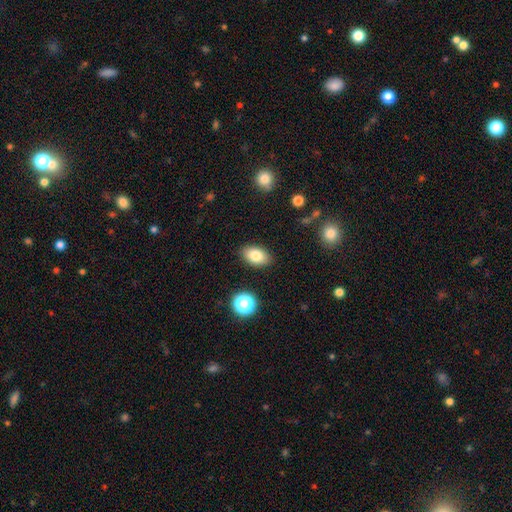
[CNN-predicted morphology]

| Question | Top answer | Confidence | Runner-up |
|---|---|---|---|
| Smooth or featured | smooth | 82% | featured or disk (9%) |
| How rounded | in between | 89% | round (10%) |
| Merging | none | 87% | minor disturbance (9%) |